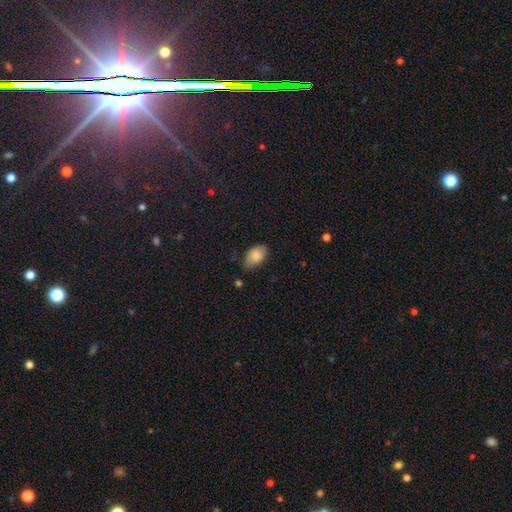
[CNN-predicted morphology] smooth_or_featured: smooth (p=0.84) [alt: featured or disk p=0.09]
how_rounded: in between (p=0.93) [alt: round p=0.05]
merging: none (p=0.72) [alt: minor disturbance p=0.23]